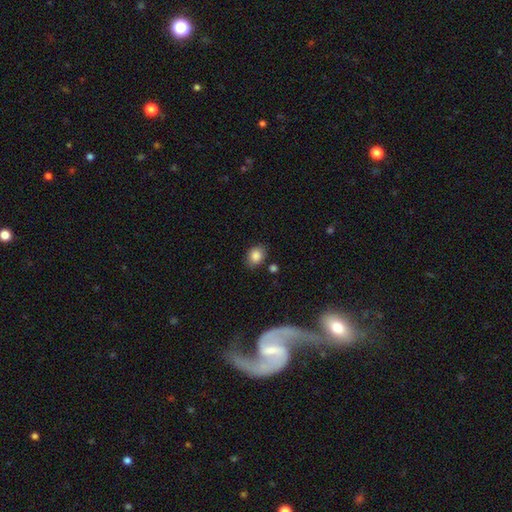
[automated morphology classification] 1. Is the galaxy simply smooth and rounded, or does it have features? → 85% smooth, 9% star or artifact, 6% featured or disk.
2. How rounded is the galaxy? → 59% in between, 40% round, 1% cigar-shaped.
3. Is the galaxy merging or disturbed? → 78% none, 14% minor disturbance, 4% merger, 4% major disturbance.